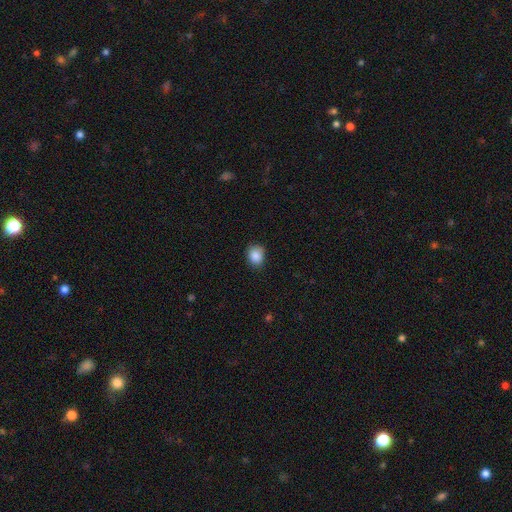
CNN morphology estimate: smooth_or_featured: smooth (p=0.87) [alt: star or artifact p=0.09]
how_rounded: round (p=0.60) [alt: in between p=0.39]
merging: none (p=0.80) [alt: minor disturbance p=0.16]